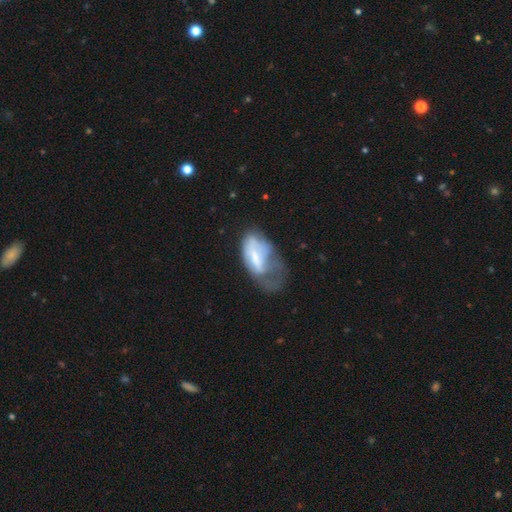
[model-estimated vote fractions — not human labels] smooth 47%, featured or disk 44%, star or artifact 8%. Down the decision tree: merging — major disturbance (52%).